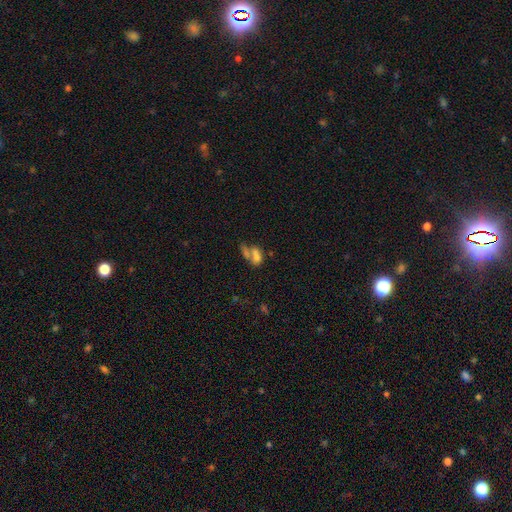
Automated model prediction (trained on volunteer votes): A smooth galaxy with no disk features (63%) that is in between round and cigar-shaped (76%).

Vote fractions:
- Smooth or featured? smooth: 63% / featured or disk: 23% / star or artifact: 15%
- How rounded? in between: 76% / round: 13% / cigar-shaped: 10%
- Merging? merger: 58% / none: 21% / major disturbance: 12% / minor disturbance: 9%